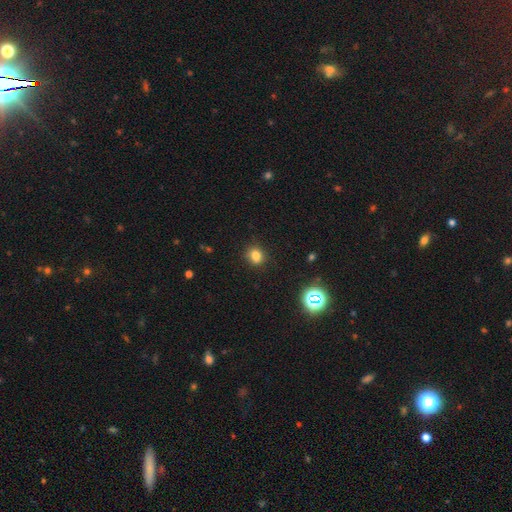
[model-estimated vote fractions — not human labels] The model was most divided on "how rounded": round: 73%, in between: 26%, cigar-shaped: 1%. More confident: merging — none (88%); smooth or featured — smooth (79%).